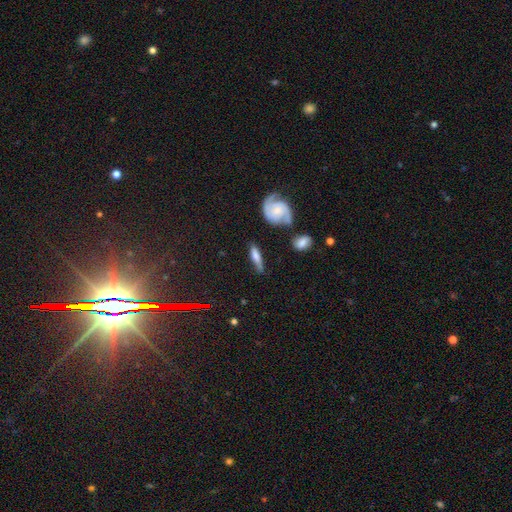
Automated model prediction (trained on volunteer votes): Smooth or featured?
  - smooth: 46% *
  - featured or disk: 45%
  - star or artifact: 9%
Merging?
  - none: 63% *
  - minor disturbance: 23%
  - major disturbance: 8%
  - merger: 6%